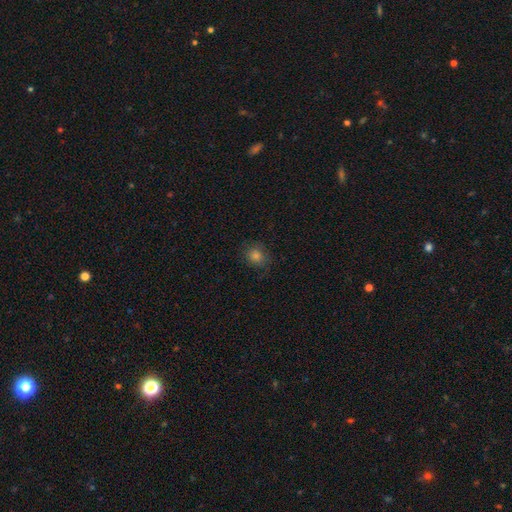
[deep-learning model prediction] smooth-or-featured: smooth: 75% | star or artifact: 17% | featured or disk: 8%
  how-rounded: round: 76% | in between: 23% | cigar-shaped: 1%
  merging: none: 80% | minor disturbance: 14% | major disturbance: 5% | merger: 1%